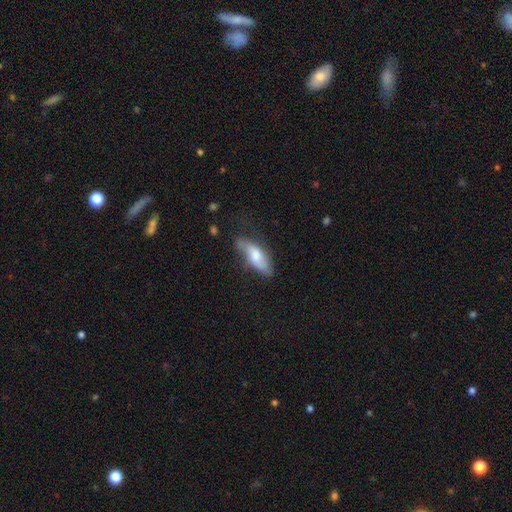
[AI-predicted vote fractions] Morphology: type=smooth (61%); roundness=in between (64%); merging=none (59%).